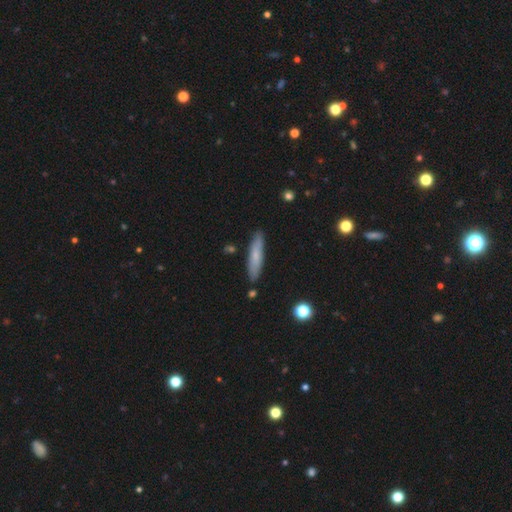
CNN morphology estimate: type=smooth (70%); roundness=cigar-shaped (85%); merging=none (85%).